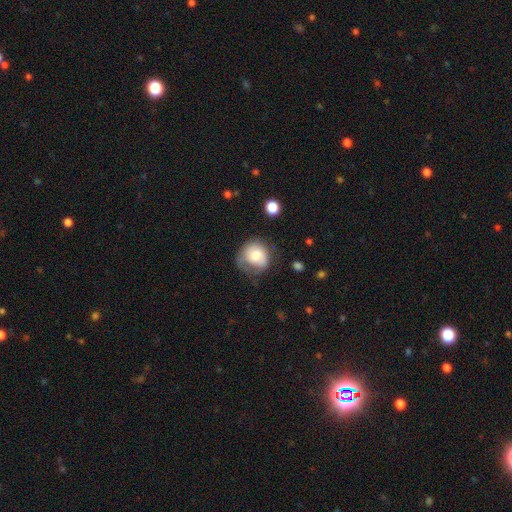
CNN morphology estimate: This appears to be a smooth galaxy with no disk features (70%) that is round (78%). Merging: none (42%).